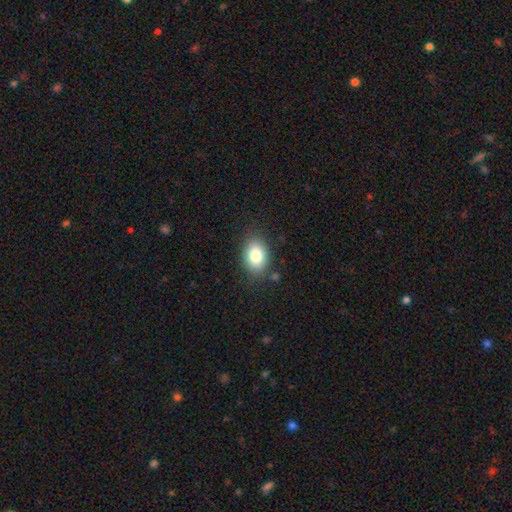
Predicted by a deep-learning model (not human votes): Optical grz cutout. It shows a smooth galaxy with no disk features (82%) that is in between round and cigar-shaped (79%). Merging: none (83%).